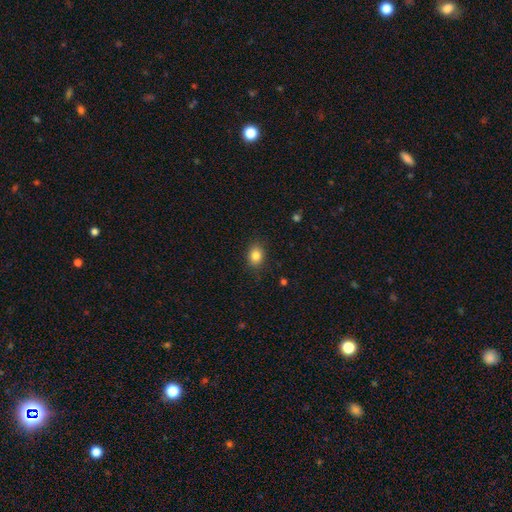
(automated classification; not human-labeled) The model was most divided on "how rounded": in between: 55%, round: 44%, cigar-shaped: 1%. More confident: merging — none (86%); smooth or featured — smooth (84%).